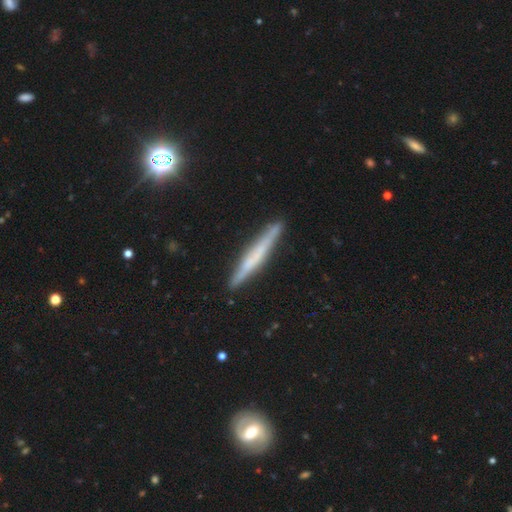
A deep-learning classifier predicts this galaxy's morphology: smooth_or_featured: featured or disk (p=0.52) [alt: smooth p=0.39]
disk_edge_on: yes (p=0.96) [alt: no p=0.04]
edge_on_bulge: none (p=0.68) [alt: rounded p=0.19]
merging: none (p=0.89) [alt: minor disturbance p=0.08]